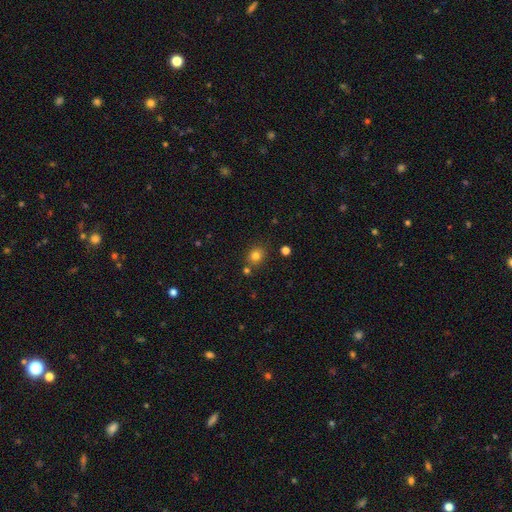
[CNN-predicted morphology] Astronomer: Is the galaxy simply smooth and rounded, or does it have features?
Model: smooth — 79%.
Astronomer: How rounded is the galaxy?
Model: round — 74%.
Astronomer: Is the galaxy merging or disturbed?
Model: none — 77%.